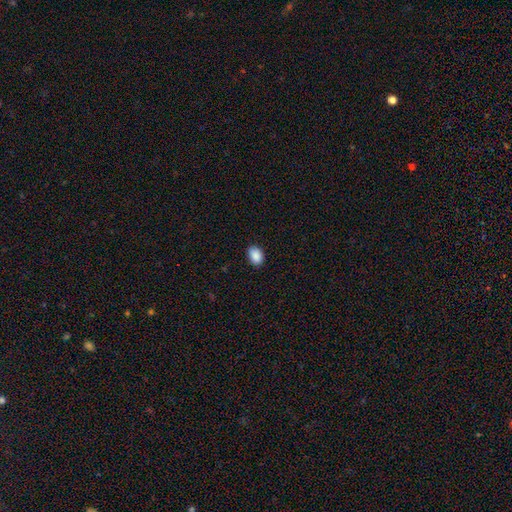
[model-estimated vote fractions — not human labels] Smooth or featured?
  - smooth: 89% *
  - star or artifact: 8%
  - featured or disk: 3%
How rounded?
  - in between: 82% *
  - round: 17%
  - cigar-shaped: 1%
Merging?
  - none: 86% *
  - minor disturbance: 11%
  - major disturbance: 2%
  - merger: 1%